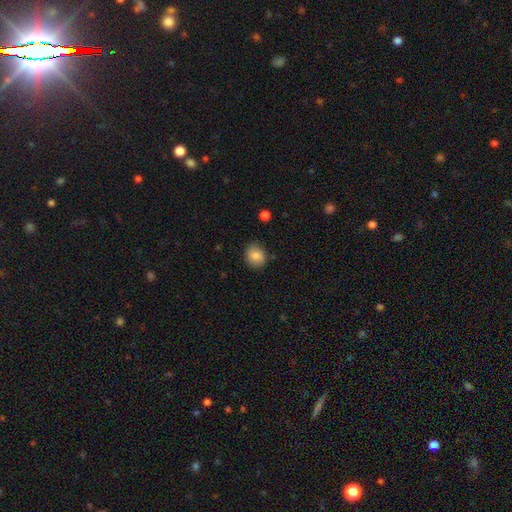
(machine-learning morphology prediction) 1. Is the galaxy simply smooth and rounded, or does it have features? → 85% smooth, 8% star or artifact, 6% featured or disk.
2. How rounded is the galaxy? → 68% round, 31% in between, 1% cigar-shaped.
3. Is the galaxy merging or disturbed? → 84% none, 12% minor disturbance, 3% major disturbance, 2% merger.